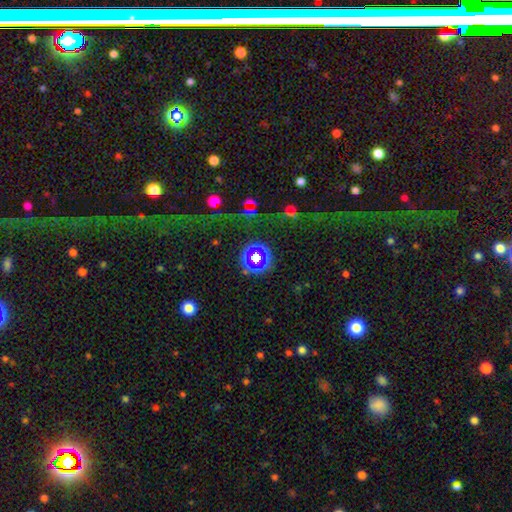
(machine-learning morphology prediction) Smooth or featured? Predicted: star or artifact (p=0.56).